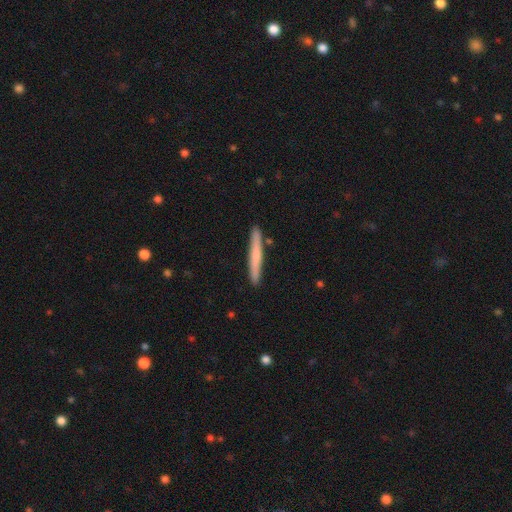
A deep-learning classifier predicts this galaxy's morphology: This is likely a smooth galaxy (62%). How rounded: clearly cigar-shaped (96%). Merging: clearly none (89%).